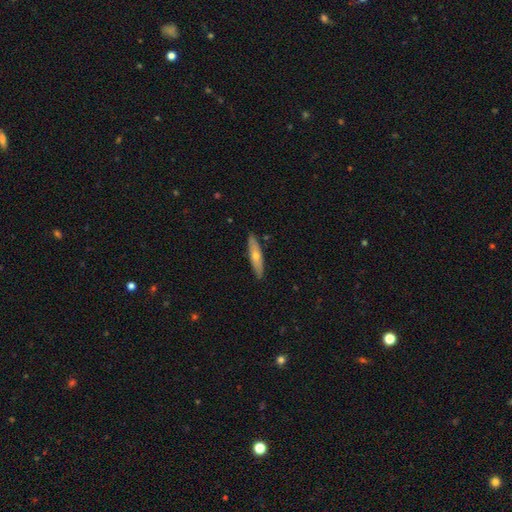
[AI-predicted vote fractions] Q: Smooth or featured?
A: featured or disk (48%); runner-up: smooth (46%)
Q: Merging?
A: none (88%); runner-up: minor disturbance (9%)